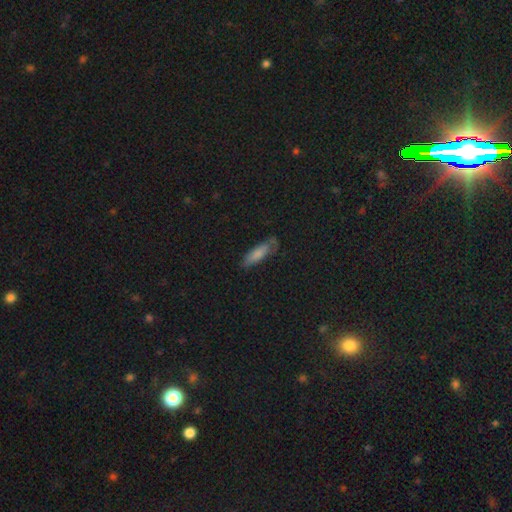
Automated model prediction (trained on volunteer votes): Smooth or featured? Predicted: smooth (p=0.68). How rounded? Predicted: cigar-shaped (p=0.50). Merging? Predicted: none (p=0.68).